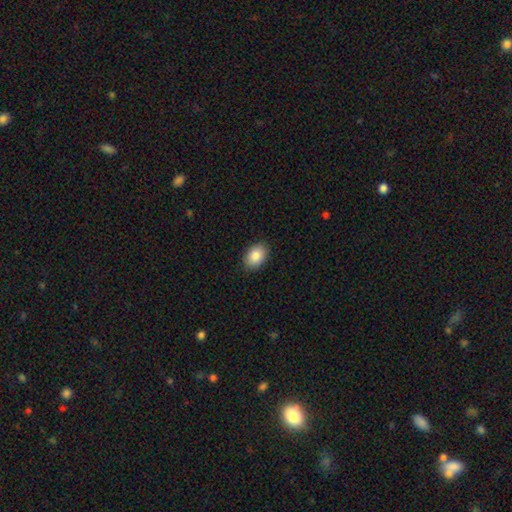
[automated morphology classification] smooth-or-featured: smooth: 87% | star or artifact: 7% | featured or disk: 6%
  how-rounded: in between: 82% | round: 16% | cigar-shaped: 1%
  merging: none: 88% | minor disturbance: 9% | major disturbance: 2% | merger: 1%